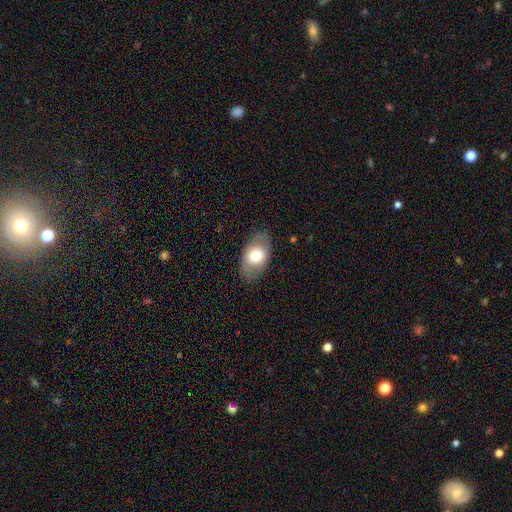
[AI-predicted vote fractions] smooth_or_featured: smooth (p=0.67) [alt: featured or disk p=0.26]
how_rounded: in between (p=0.89) [alt: round p=0.10]
merging: none (p=0.82) [alt: minor disturbance p=0.12]